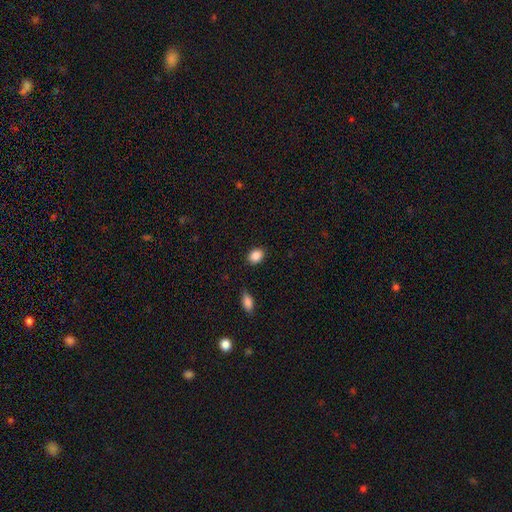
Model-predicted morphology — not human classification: smooth-or-featured: smooth: 88% | star or artifact: 9% | featured or disk: 3%
  how-rounded: in between: 55% | round: 44% | cigar-shaped: 1%
  merging: none: 87% | minor disturbance: 9% | major disturbance: 2% | merger: 2%